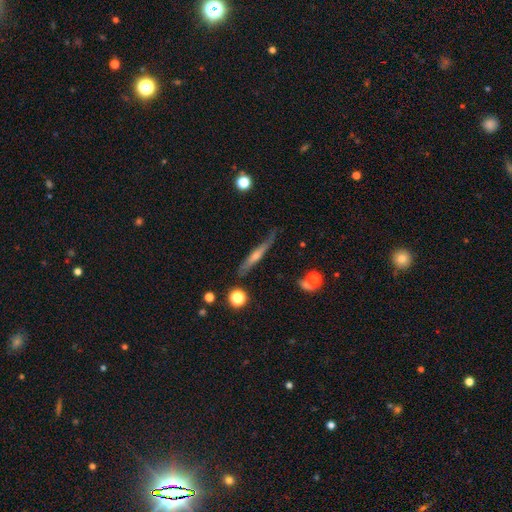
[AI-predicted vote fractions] Smooth or featured? featured or disk (60%)
Edge-on disk? yes (92%)
Edge-on bulge? rounded (55%)
Merging? none (74%)